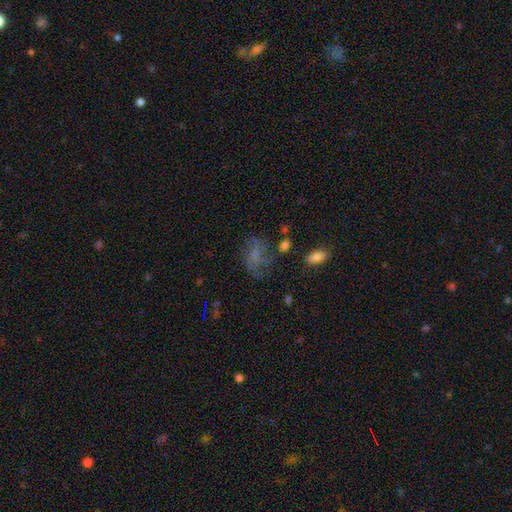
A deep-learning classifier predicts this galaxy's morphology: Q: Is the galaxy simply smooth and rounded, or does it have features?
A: smooth — 46%.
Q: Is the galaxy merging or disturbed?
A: none — 46%.